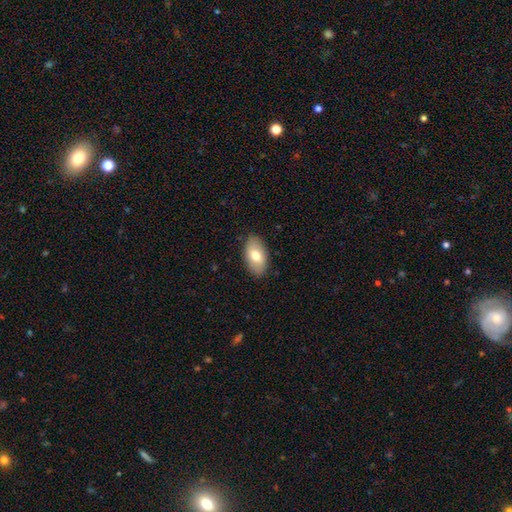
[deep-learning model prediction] Smooth or featured? smooth (72%)
How rounded? in between (94%)
Merging? none (87%)